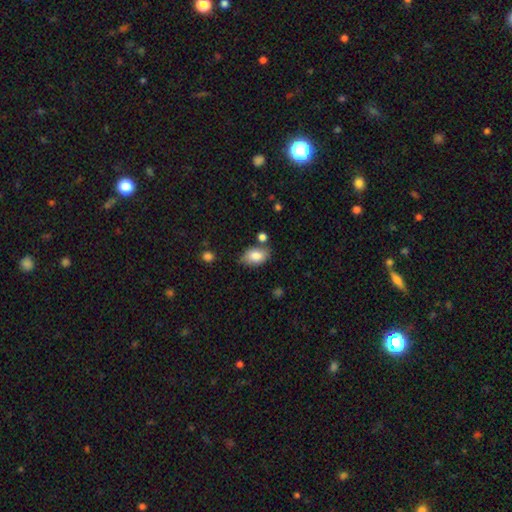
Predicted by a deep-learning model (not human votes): The model was most divided on "merging": none: 65%, minor disturbance: 21%, merger: 9%, major disturbance: 5%. More confident: how rounded — in between (88%); smooth or featured — smooth (81%).